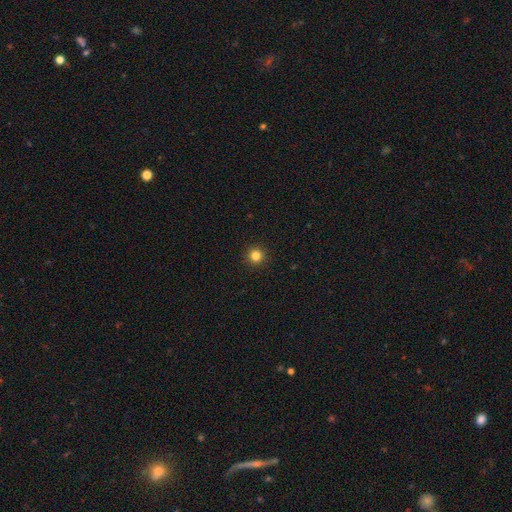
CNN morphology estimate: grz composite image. It shows a smooth galaxy with no disk features (83%) that is round (96%). Merging: none (93%).